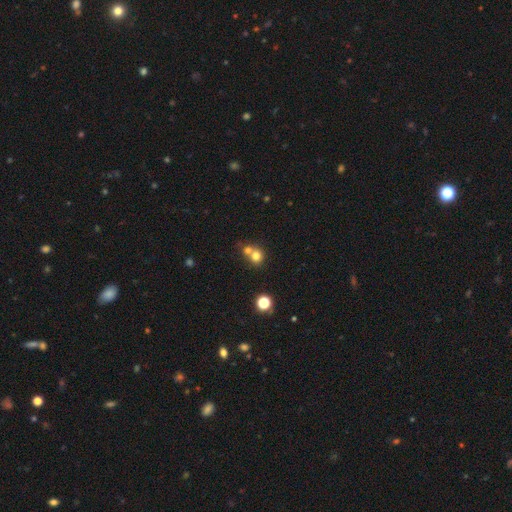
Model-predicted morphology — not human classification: This is likely a smooth galaxy (74%). How rounded: clearly round (85%). Merging: possibly merger (50%).